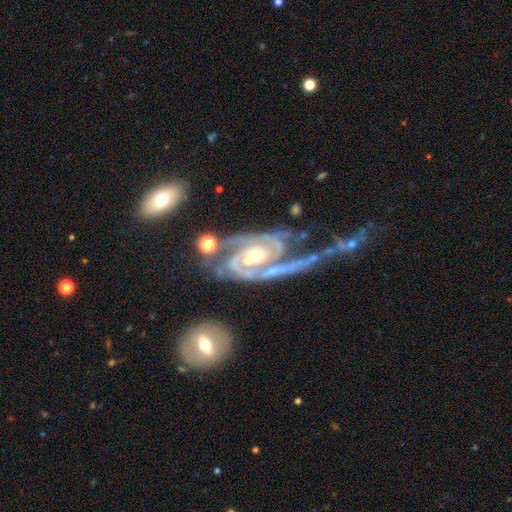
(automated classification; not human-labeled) Smooth or featured: featured or disk — 92% (star or artifact — 5%)
Edge-on disk: no — 97% (yes — 3%)
Bar: no — 59% (weak — 27%)
Spiral arms: yes — 97% (no — 3%)
Spiral winding: tight — 44% (medium — 42%)
Spiral arm count: 2 — 72% (3 — 9%)
Bulge size: small — 51% (moderate — 43%)
Merging: major disturbance — 33% (none — 26%)